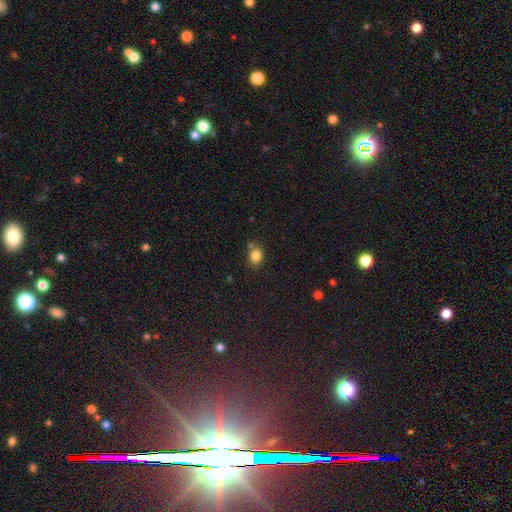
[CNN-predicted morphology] This is clearly a smooth galaxy (83%). How rounded: likely round (68%). Merging: likely none (70%).